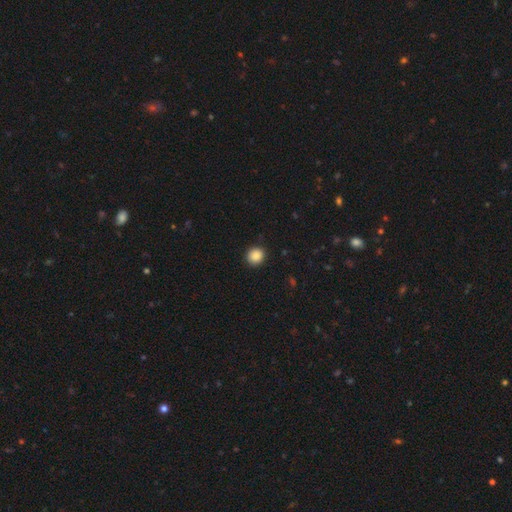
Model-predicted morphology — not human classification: smooth_or_featured: smooth (p=0.88) [alt: star or artifact p=0.09]
how_rounded: round (p=0.88) [alt: in between p=0.11]
merging: none (p=0.91) [alt: minor disturbance p=0.06]